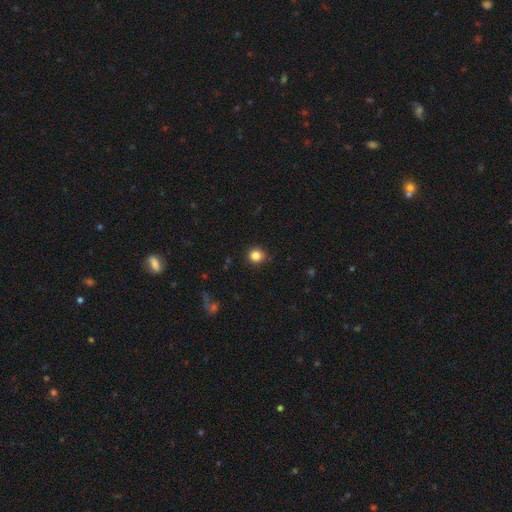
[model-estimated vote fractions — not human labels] Smooth or featured? smooth (84%)
How rounded? round (91%)
Merging? none (91%)